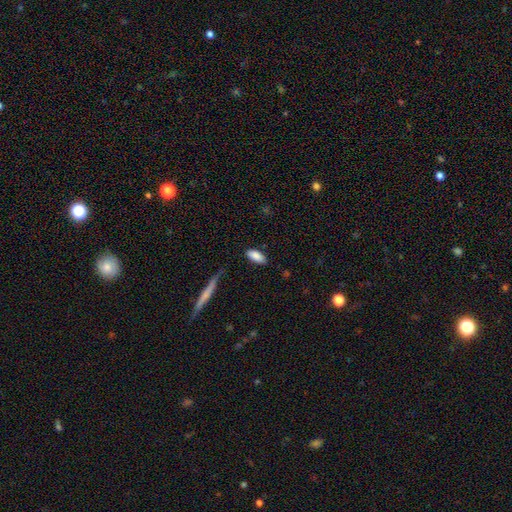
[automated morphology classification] Smooth or featured: smooth — 87% (featured or disk — 7%)
How rounded: in between — 86% (cigar-shaped — 12%)
Merging: none — 83% (minor disturbance — 12%)